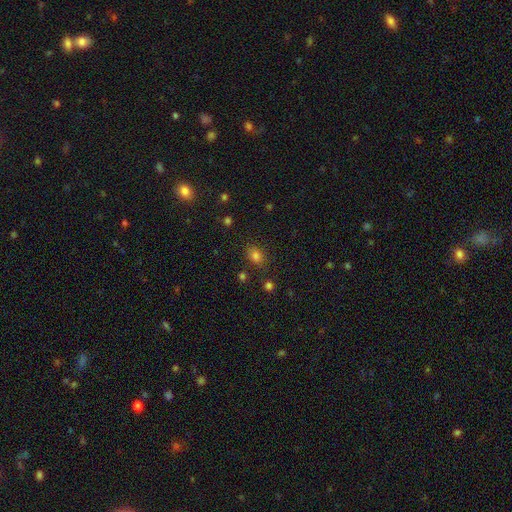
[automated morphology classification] Overall: smooth (78%). How rounded: in between (64%; round 35%). Merging: none (81%).